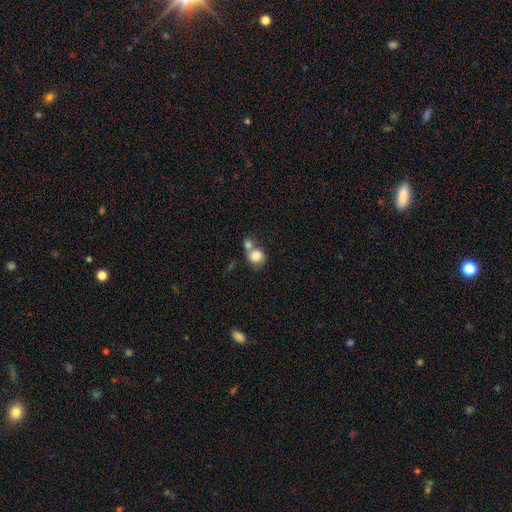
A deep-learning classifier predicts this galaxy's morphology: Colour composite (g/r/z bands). It shows a smooth galaxy with no disk features (80%) that is round (76%). Merging: merger (58%).